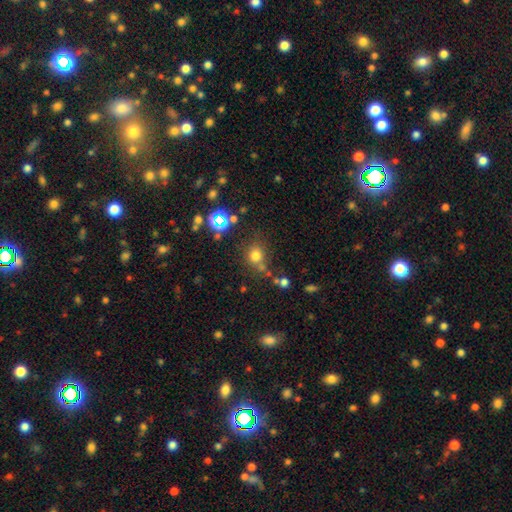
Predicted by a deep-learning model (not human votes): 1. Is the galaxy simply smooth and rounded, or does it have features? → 71% smooth, 20% star or artifact, 9% featured or disk.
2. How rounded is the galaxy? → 82% round, 17% in between, 1% cigar-shaped.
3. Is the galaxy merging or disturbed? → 66% none, 15% minor disturbance, 12% merger, 7% major disturbance.